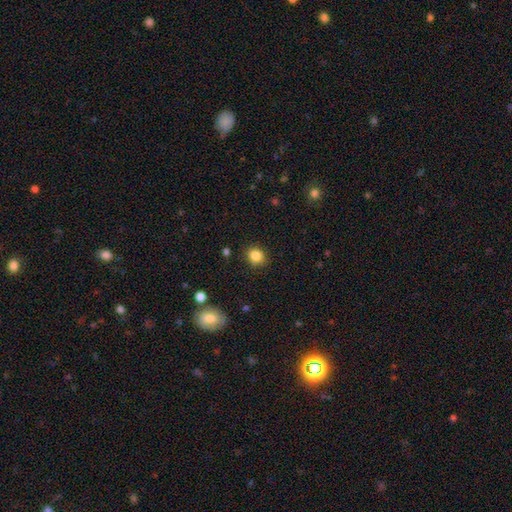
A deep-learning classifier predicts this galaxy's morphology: Smooth or featured?
  - smooth: 84% *
  - star or artifact: 11%
  - featured or disk: 5%
How rounded?
  - round: 74% *
  - in between: 26%
  - cigar-shaped: 1%
Merging?
  - none: 87% *
  - minor disturbance: 9%
  - major disturbance: 2%
  - merger: 1%